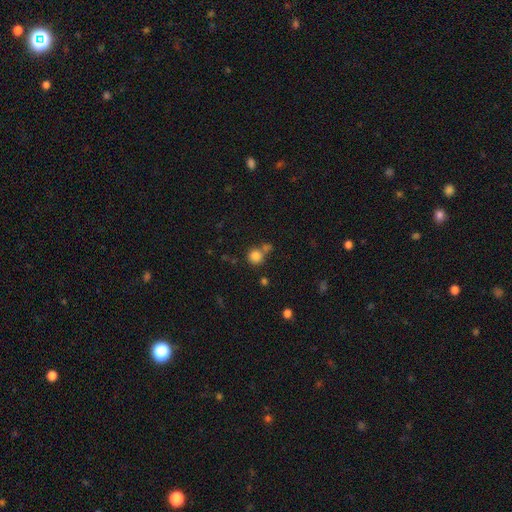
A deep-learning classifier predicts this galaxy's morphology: A smooth galaxy with no disk features (82%) that is round (90%). Merging: none (61%).